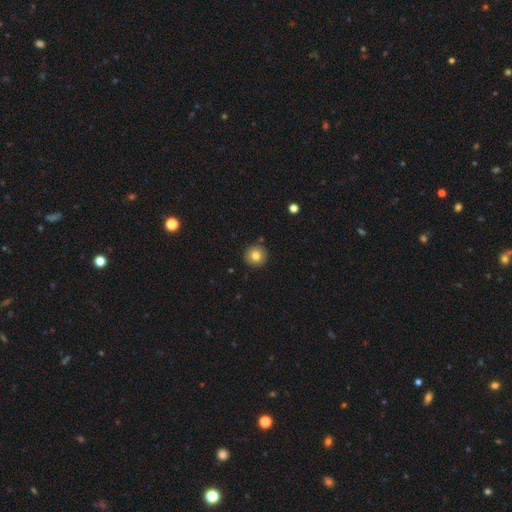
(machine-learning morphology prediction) type=smooth (80%); roundness=round (95%); merging=none (90%).